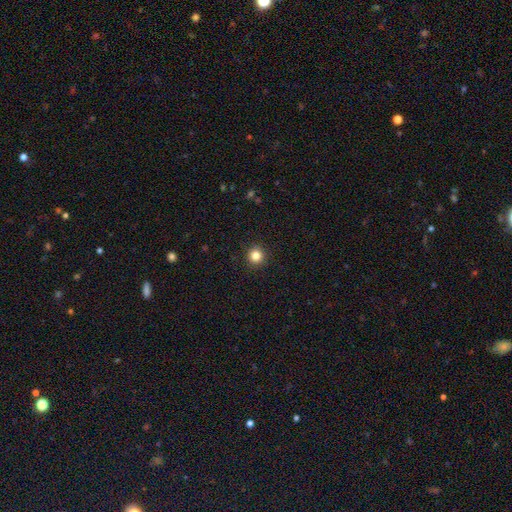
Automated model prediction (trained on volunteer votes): smooth_or_featured: smooth (p=0.83) [alt: star or artifact p=0.12]
how_rounded: round (p=0.95) [alt: in between p=0.04]
merging: none (p=0.93) [alt: minor disturbance p=0.05]